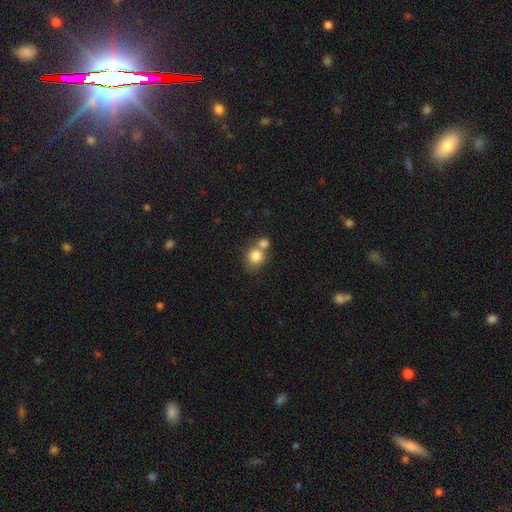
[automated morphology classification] Overall: smooth (82%). How rounded: round (77%). Merging: merger (47%; none 41%).